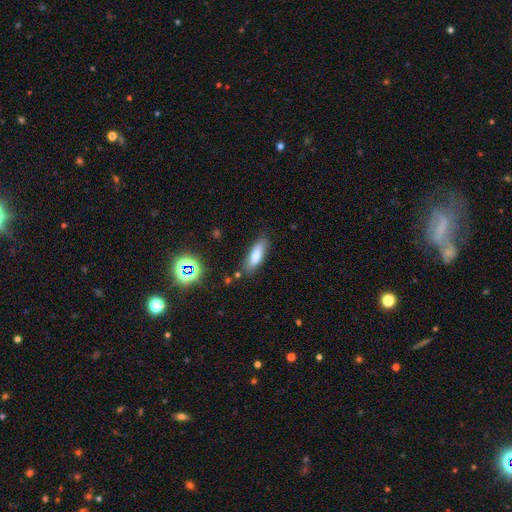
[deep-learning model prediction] Overall: smooth (78%). How rounded: in between (52%; cigar-shaped 46%). Merging: none (79%).